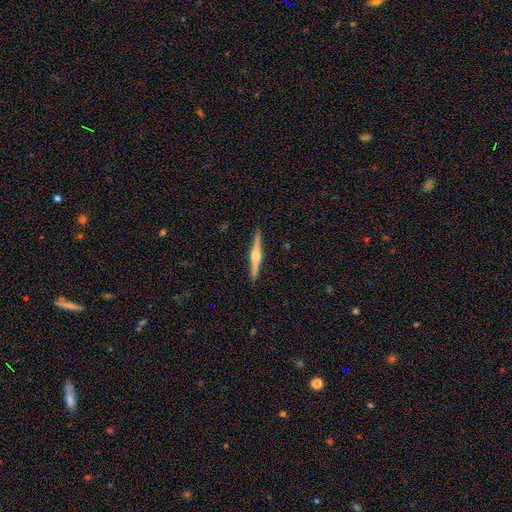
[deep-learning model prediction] Smooth or featured: featured or disk — 77% (smooth — 18%)
Edge-on disk: yes — 98% (no — 2%)
Edge-on bulge: rounded — 91% (boxy — 6%)
Merging: none — 91% (minor disturbance — 6%)